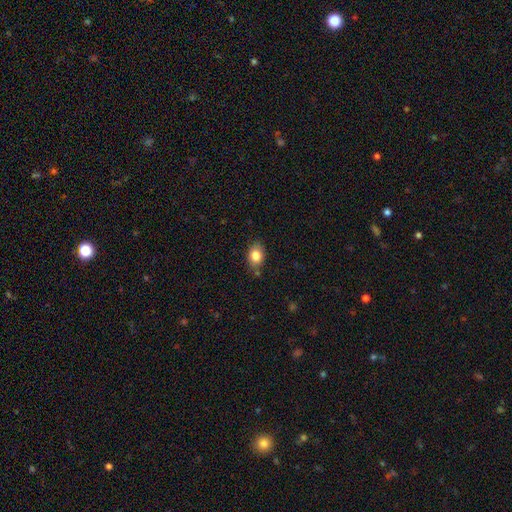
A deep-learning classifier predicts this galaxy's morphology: Smooth or featured? Predicted: smooth (p=0.83). How rounded? Predicted: in between (p=0.75). Merging? Predicted: none (p=0.78).